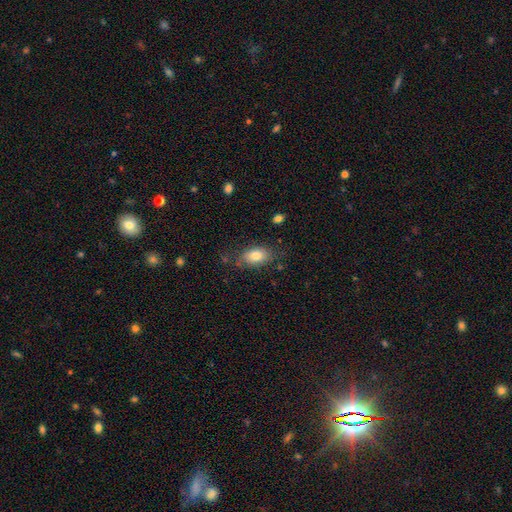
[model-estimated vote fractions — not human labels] A smooth galaxy with no disk features (80%) that is in between round and cigar-shaped (88%). Merging: none (74%).